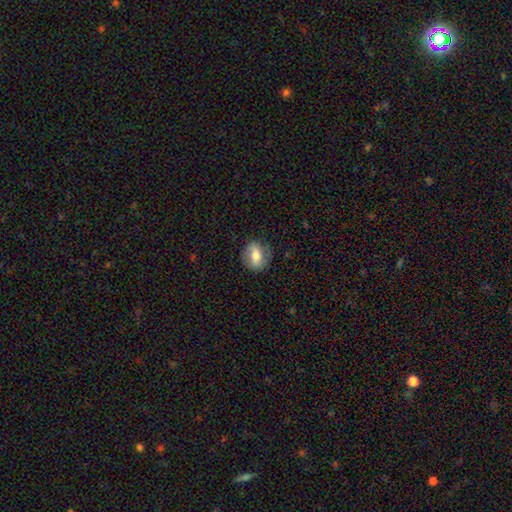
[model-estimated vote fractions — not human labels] A smooth galaxy with no disk features (56%) that is in between round and cigar-shaped (52%).

Vote fractions:
- Smooth or featured? smooth: 56% / featured or disk: 37% / star or artifact: 7%
- How rounded? in between: 52% / round: 46% / cigar-shaped: 2%
- Merging? none: 78% / minor disturbance: 15% / major disturbance: 6% / merger: 1%